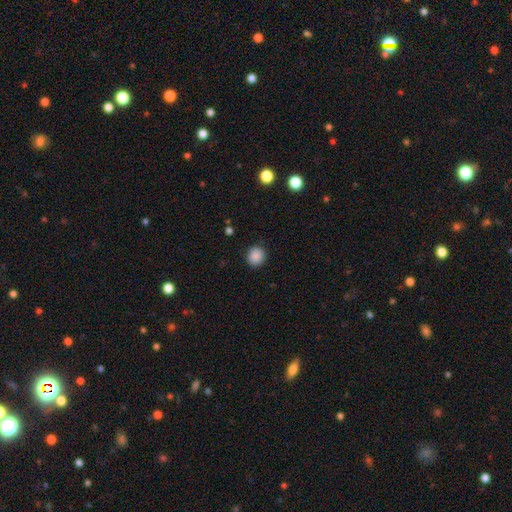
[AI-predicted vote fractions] A smooth galaxy with no disk features (88%) that is round (89%). Merging: none (89%).